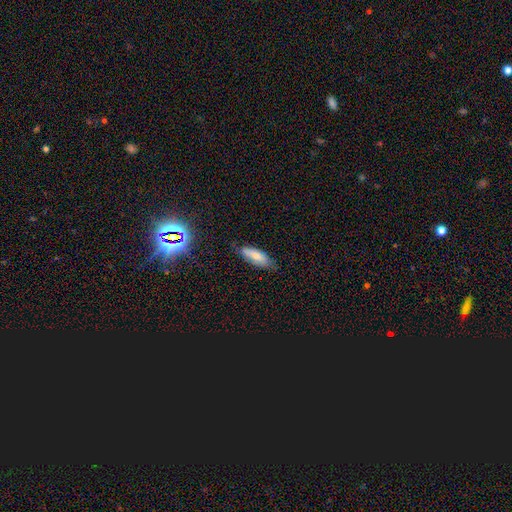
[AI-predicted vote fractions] The model was most divided on "how rounded": in between: 65%, cigar-shaped: 33%, round: 2%. More confident: smooth or featured — smooth (76%); merging — none (68%).